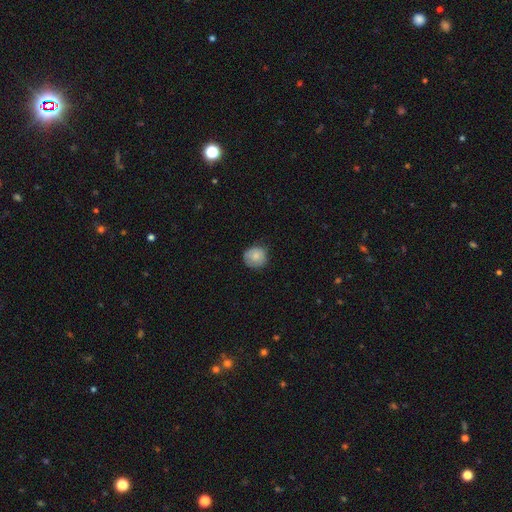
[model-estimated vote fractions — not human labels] Overall: smooth (81%). How rounded: round (87%). Merging: none (73%).